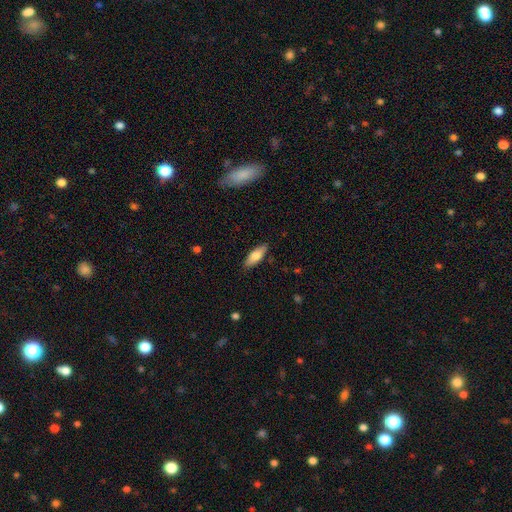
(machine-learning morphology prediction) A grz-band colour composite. It shows a smooth galaxy with no disk features (73%) that is in between round and cigar-shaped (65%). Merging: none (88%).